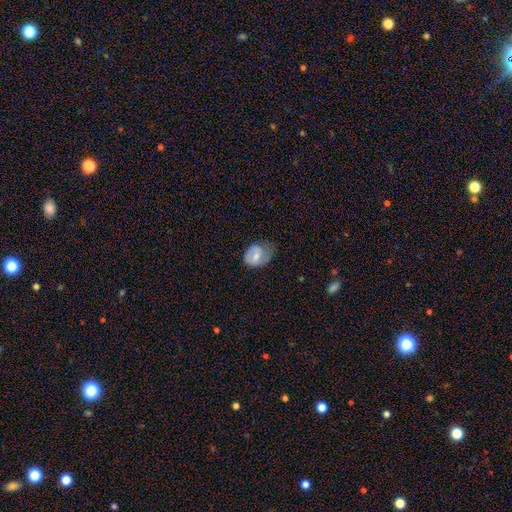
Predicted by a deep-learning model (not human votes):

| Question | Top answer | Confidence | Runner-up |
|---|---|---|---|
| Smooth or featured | smooth | 56% | featured or disk (37%) |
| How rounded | in between | 63% | round (36%) |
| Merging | none | 39% | minor disturbance (38%) |